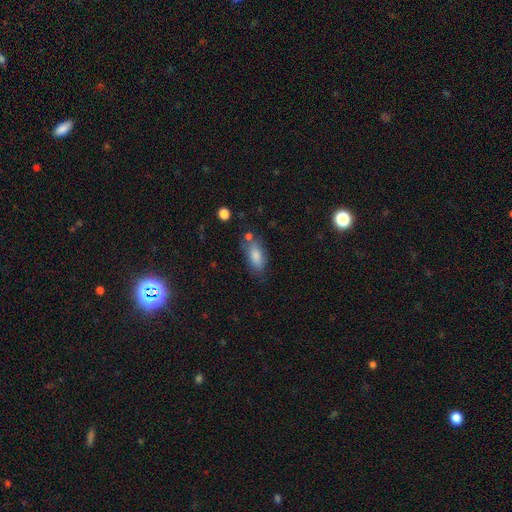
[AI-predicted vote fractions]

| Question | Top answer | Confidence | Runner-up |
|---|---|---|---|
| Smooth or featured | smooth | 84% | featured or disk (9%) |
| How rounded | in between | 84% | cigar-shaped (14%) |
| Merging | none | 66% | minor disturbance (20%) |